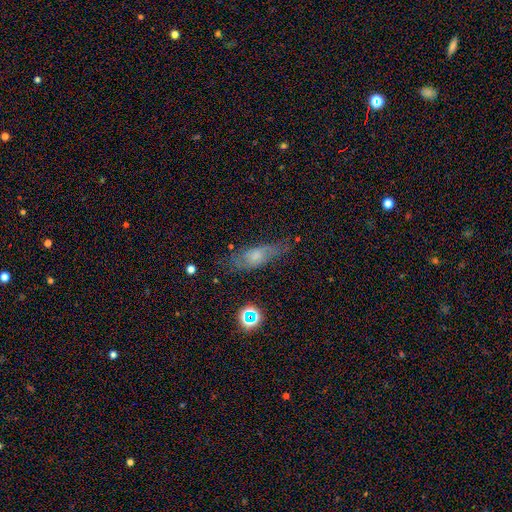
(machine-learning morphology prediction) Smooth or featured? smooth (47%)
Merging? none (64%)